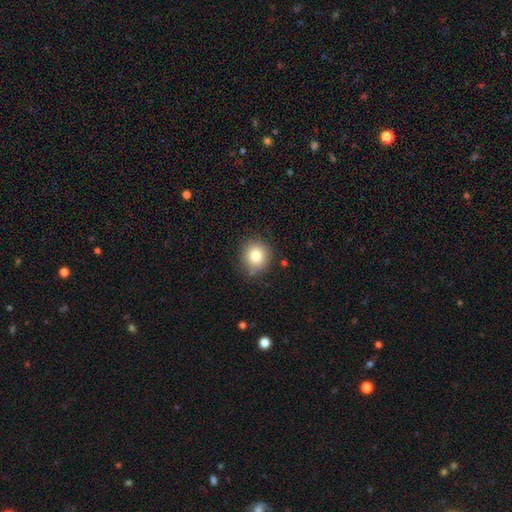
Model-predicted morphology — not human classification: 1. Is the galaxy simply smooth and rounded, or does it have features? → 81% smooth, 11% star or artifact, 9% featured or disk.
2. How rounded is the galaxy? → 85% round, 14% in between, 1% cigar-shaped.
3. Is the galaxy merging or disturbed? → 82% none, 13% minor disturbance, 3% major disturbance, 2% merger.